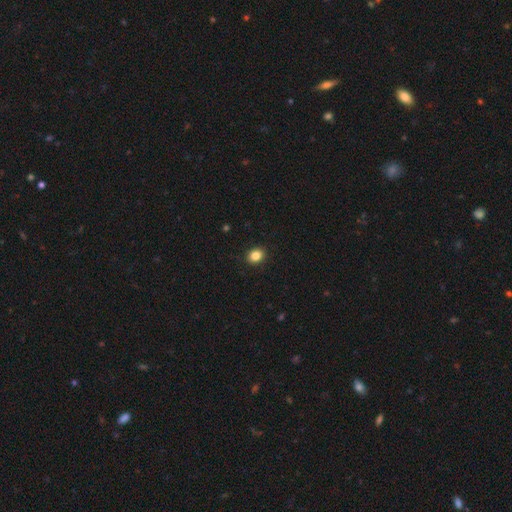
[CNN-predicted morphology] smooth-or-featured: smooth: 86% | star or artifact: 10% | featured or disk: 4%
  how-rounded: round: 60% | in between: 39% | cigar-shaped: 1%
  merging: none: 91% | minor disturbance: 6% | major disturbance: 2% | merger: 1%